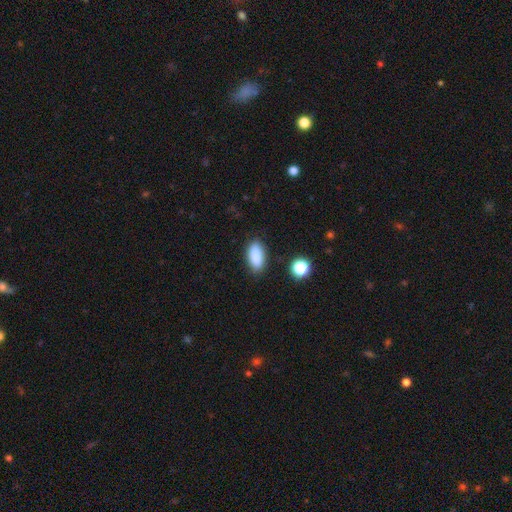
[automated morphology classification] Smooth or featured? Predicted: smooth (p=0.86). How rounded? Predicted: in between (p=0.83). Merging? Predicted: none (p=0.82).